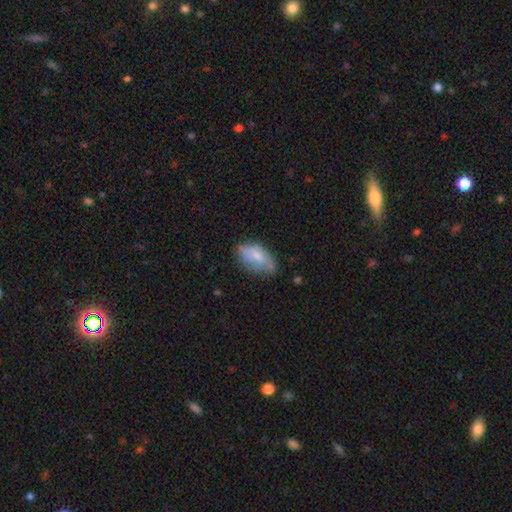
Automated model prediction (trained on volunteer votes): Smooth or featured?
  - smooth: 67% *
  - featured or disk: 26%
  - star or artifact: 7%
How rounded?
  - in between: 93% *
  - round: 4%
  - cigar-shaped: 3%
Merging?
  - none: 58% *
  - minor disturbance: 31%
  - major disturbance: 8%
  - merger: 2%